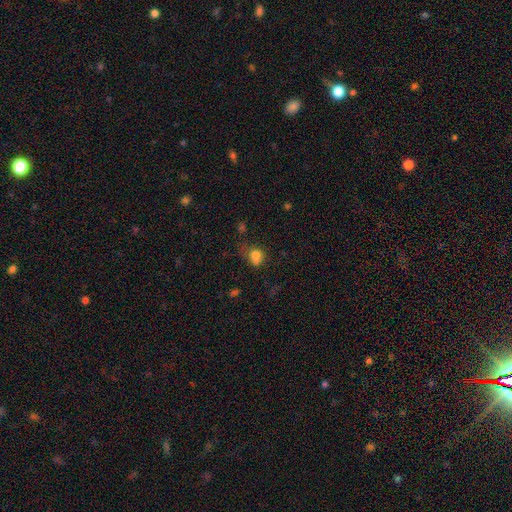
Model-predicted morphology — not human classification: type=smooth (78%); roundness=round (63%); merging=none (45%).